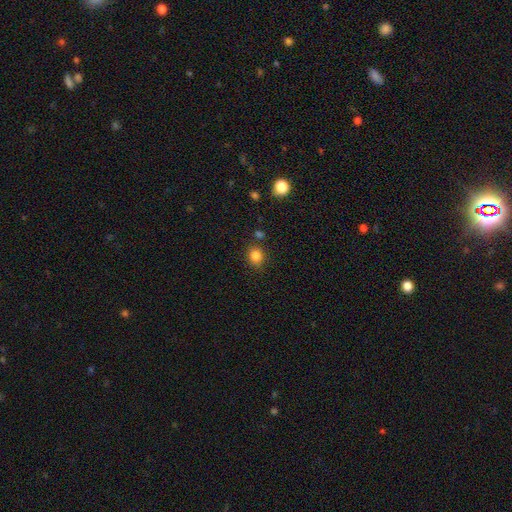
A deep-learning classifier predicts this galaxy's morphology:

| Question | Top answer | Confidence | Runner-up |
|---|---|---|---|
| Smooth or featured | smooth | 84% | star or artifact (12%) |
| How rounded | round | 71% | in between (28%) |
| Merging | none | 81% | minor disturbance (11%) |